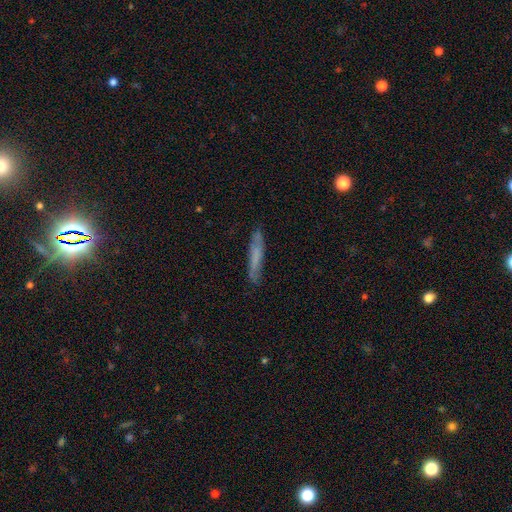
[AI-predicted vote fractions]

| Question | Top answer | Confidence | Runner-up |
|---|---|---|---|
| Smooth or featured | smooth | 59% | featured or disk (34%) |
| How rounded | cigar-shaped | 93% | in between (6%) |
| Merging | none | 79% | minor disturbance (15%) |